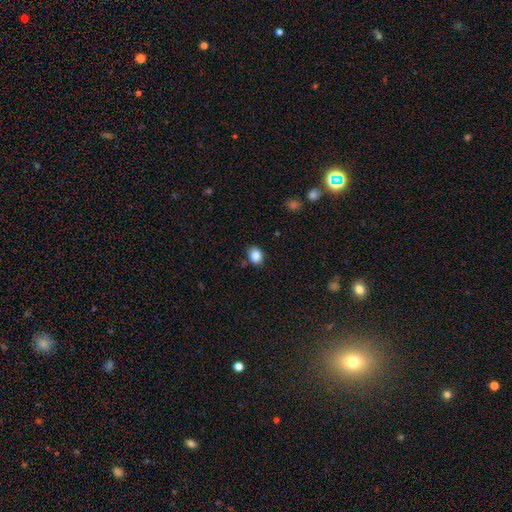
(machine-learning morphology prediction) smooth_or_featured: smooth (p=0.86) [alt: star or artifact p=0.09]
how_rounded: in between (p=0.56) [alt: round p=0.43]
merging: none (p=0.79) [alt: minor disturbance p=0.15]